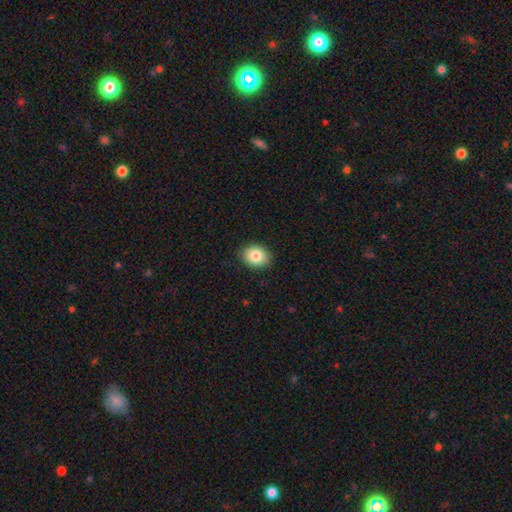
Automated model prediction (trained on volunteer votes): A smooth galaxy with no disk features (83%) that is in between round and cigar-shaped (53%). Merging: none (88%).